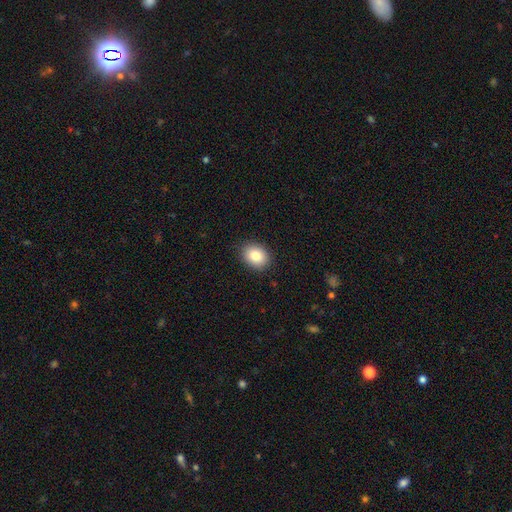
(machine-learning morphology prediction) Q: Smooth or featured?
A: smooth (84%); runner-up: star or artifact (9%)
Q: How rounded?
A: in between (54%); runner-up: round (45%)
Q: Merging?
A: none (88%); runner-up: minor disturbance (9%)